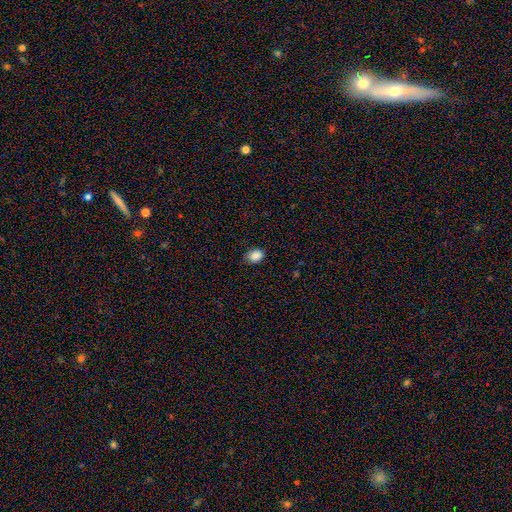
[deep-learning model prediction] Morphology: type=smooth (87%); roundness=in between (62%); merging=none (76%).